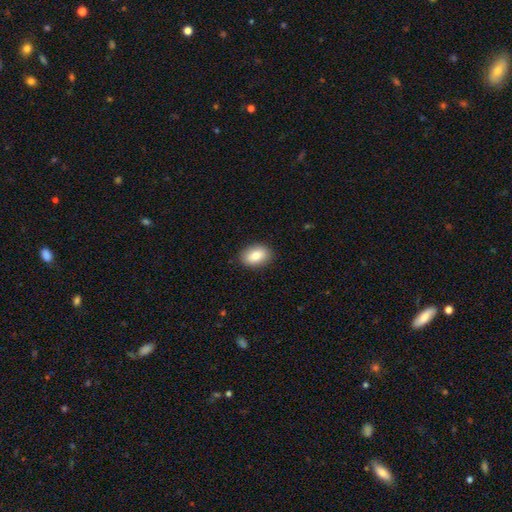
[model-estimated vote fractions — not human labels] Smooth or featured?
  - smooth: 82% *
  - featured or disk: 11%
  - star or artifact: 7%
How rounded?
  - in between: 83% *
  - round: 16%
  - cigar-shaped: 1%
Merging?
  - none: 89% *
  - minor disturbance: 8%
  - major disturbance: 2%
  - merger: 1%